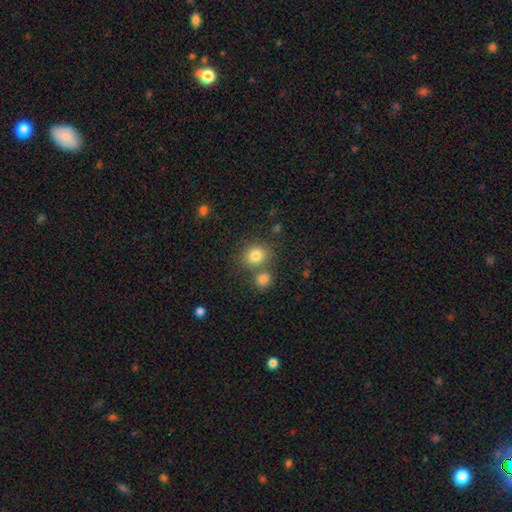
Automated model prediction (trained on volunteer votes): Smooth or featured?
  - smooth: 81% *
  - star or artifact: 11%
  - featured or disk: 8%
How rounded?
  - round: 73% *
  - in between: 26%
  - cigar-shaped: 1%
Merging?
  - none: 61% *
  - merger: 26%
  - minor disturbance: 10%
  - major disturbance: 4%